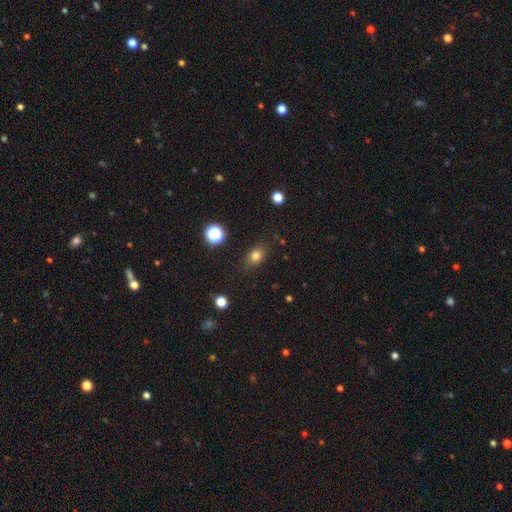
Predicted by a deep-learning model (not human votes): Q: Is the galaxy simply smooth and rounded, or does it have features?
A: smooth — 78%.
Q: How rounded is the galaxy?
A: in between — 66%.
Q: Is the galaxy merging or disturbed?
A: none — 82%.